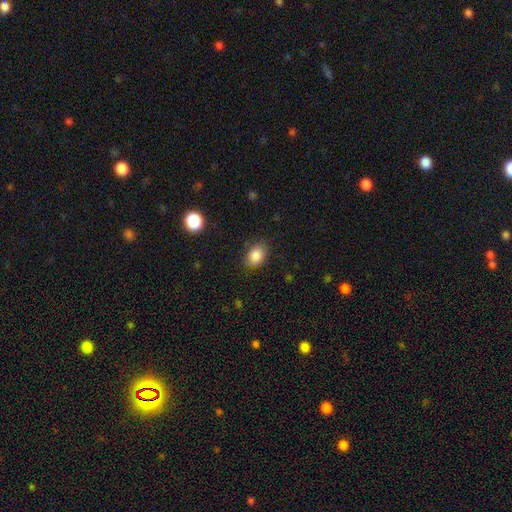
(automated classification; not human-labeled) Smooth or featured? Predicted: smooth (p=0.86). How rounded? Predicted: in between (p=0.66). Merging? Predicted: none (p=0.81).